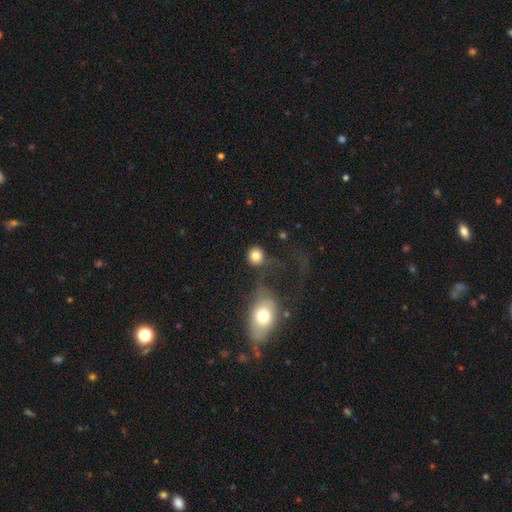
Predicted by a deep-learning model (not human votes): Morphology: type=smooth (81%); roundness=round (85%); merging=none (63%).